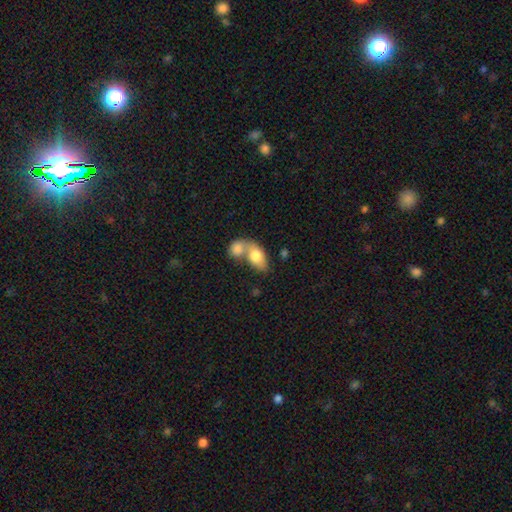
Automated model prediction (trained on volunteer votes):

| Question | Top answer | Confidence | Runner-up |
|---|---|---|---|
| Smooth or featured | smooth | 75% | featured or disk (19%) |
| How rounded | in between | 82% | round (15%) |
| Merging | merger | 73% | none (16%) |